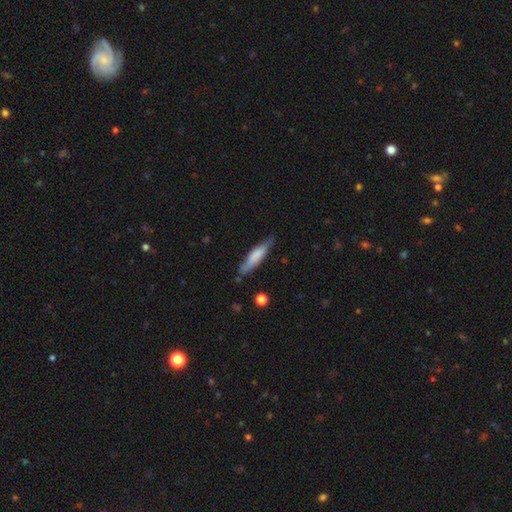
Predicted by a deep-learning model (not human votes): Q: Smooth or featured?
A: smooth (63%); runner-up: featured or disk (32%)
Q: How rounded?
A: cigar-shaped (79%); runner-up: in between (20%)
Q: Merging?
A: none (73%); runner-up: minor disturbance (20%)